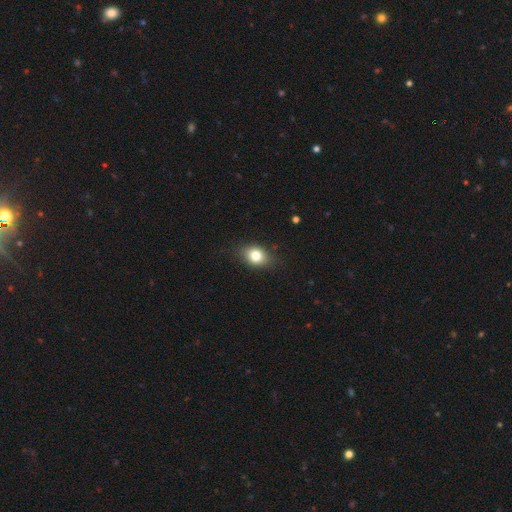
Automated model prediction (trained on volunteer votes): Smooth or featured: smooth — 80% (featured or disk — 11%)
How rounded: in between — 64% (round — 34%)
Merging: none — 82% (minor disturbance — 14%)